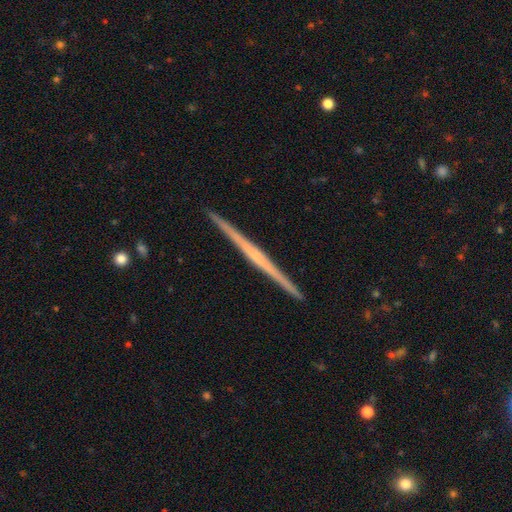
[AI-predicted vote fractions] A featured or disk galaxy (73%) viewed edge-on (99%) with no central bulge (66%). Merging: none (93%).